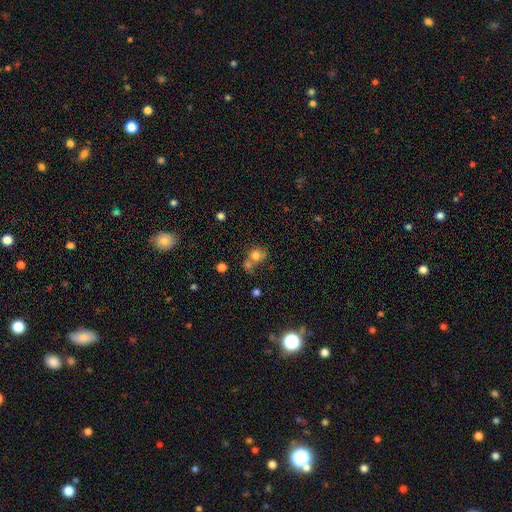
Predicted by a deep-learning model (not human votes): This appears to be a smooth galaxy with no disk features (73%) that is round (73%). Merging: merger (45%).